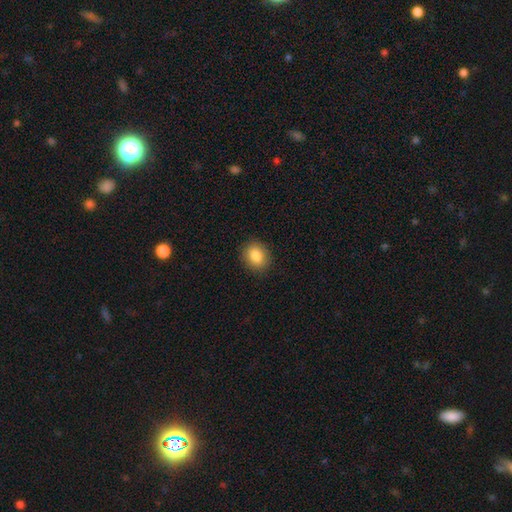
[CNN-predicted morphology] This is clearly a smooth galaxy (85%). How rounded: possibly round (54%). Merging: clearly none (89%).